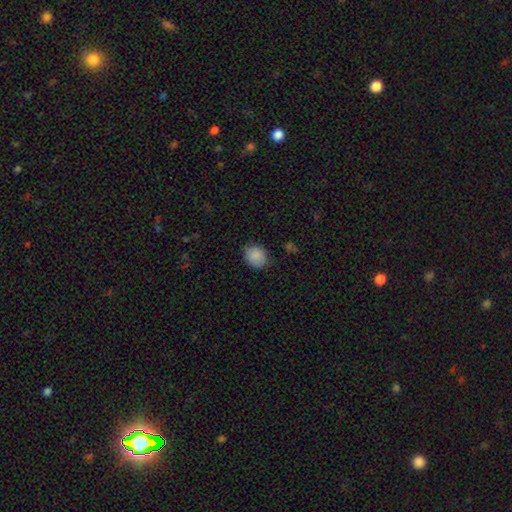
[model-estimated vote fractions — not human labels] Smooth or featured: smooth — 88% (star or artifact — 8%)
How rounded: round — 62% (in between — 37%)
Merging: none — 79% (minor disturbance — 16%)